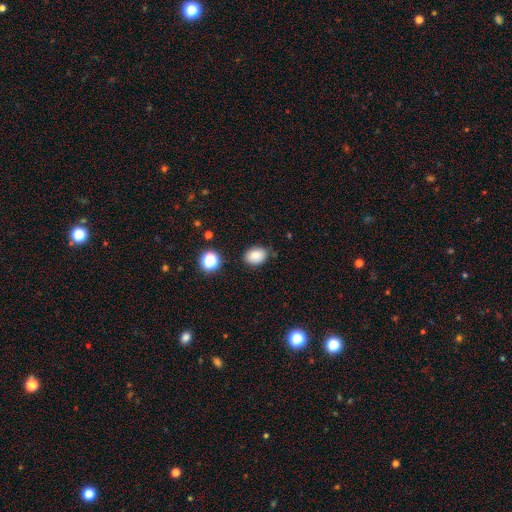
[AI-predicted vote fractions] Morphology: type=smooth (81%); roundness=in between (69%); merging=none (80%).